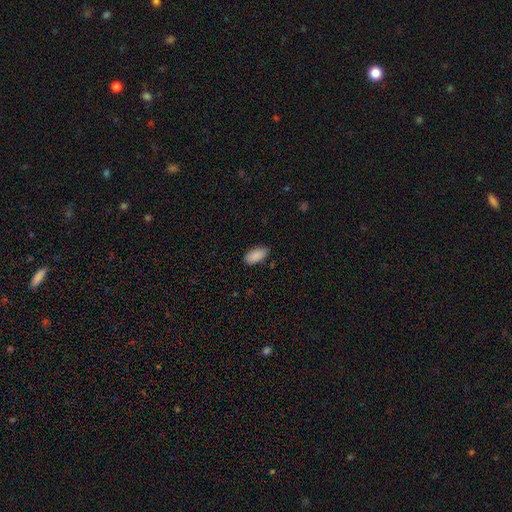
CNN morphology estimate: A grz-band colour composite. It shows a smooth galaxy with no disk features (89%) that is in between round and cigar-shaped (93%). Merging: none (84%).